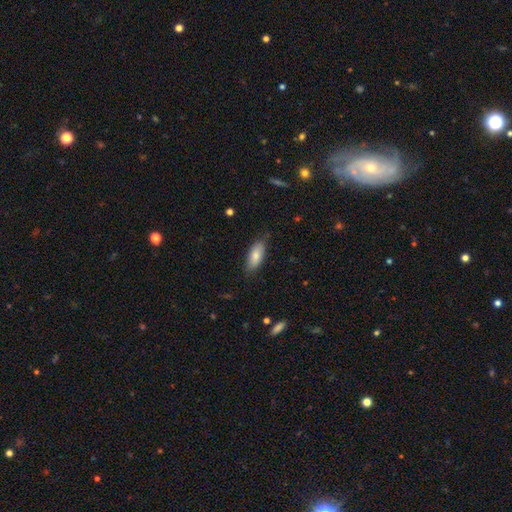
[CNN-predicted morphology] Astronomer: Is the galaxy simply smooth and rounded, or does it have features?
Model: smooth — 81%.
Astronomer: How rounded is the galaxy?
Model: in between — 82%.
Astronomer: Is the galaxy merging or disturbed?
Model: none — 77%.